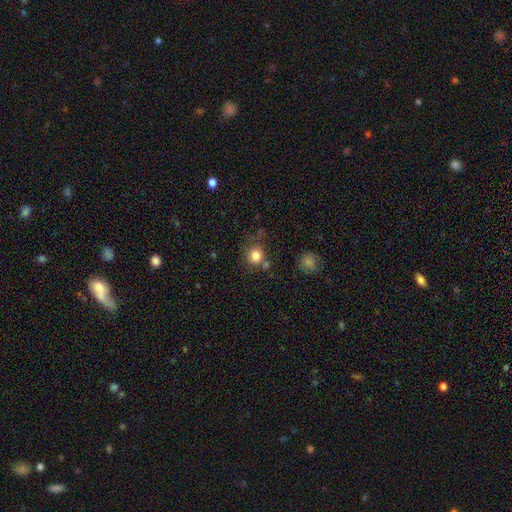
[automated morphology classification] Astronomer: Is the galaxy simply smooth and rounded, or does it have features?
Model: smooth — 82%.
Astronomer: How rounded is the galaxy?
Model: round — 87%.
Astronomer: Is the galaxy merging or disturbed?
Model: none — 68%.